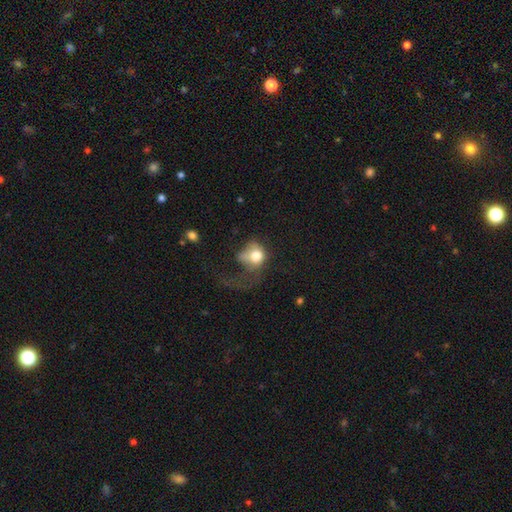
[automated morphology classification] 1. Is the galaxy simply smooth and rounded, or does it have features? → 70% smooth, 21% featured or disk, 10% star or artifact.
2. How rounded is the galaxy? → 58% round, 41% in between, 1% cigar-shaped.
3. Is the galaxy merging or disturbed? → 61% major disturbance, 18% none, 17% minor disturbance, 5% merger.